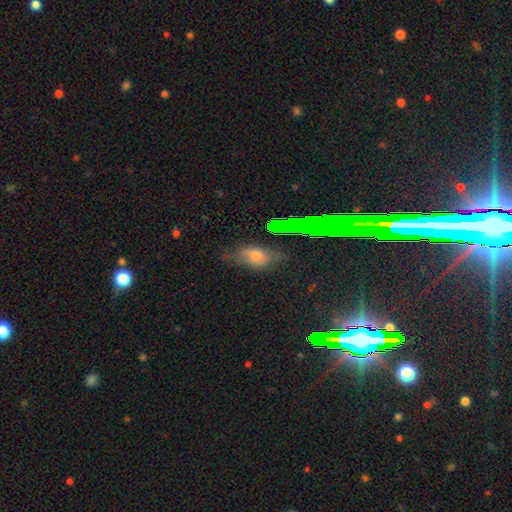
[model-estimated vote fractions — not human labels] Smooth or featured: smooth — 56% (featured or disk — 23%)
How rounded: in between — 80% (round — 10%)
Merging: none — 65% (minor disturbance — 24%)